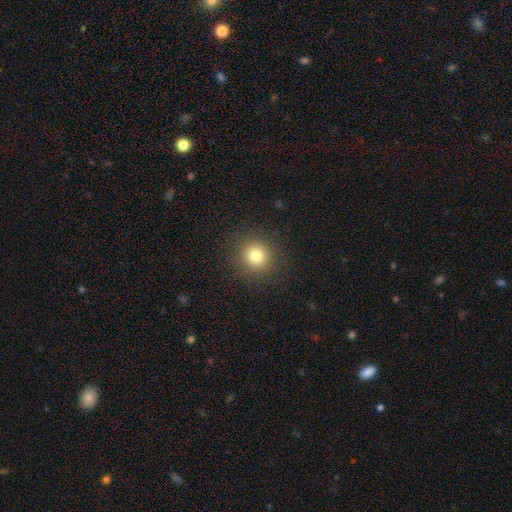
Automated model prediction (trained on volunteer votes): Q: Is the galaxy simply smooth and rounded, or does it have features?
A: smooth — 79%.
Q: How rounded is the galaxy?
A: round — 94%.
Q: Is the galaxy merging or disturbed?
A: none — 91%.